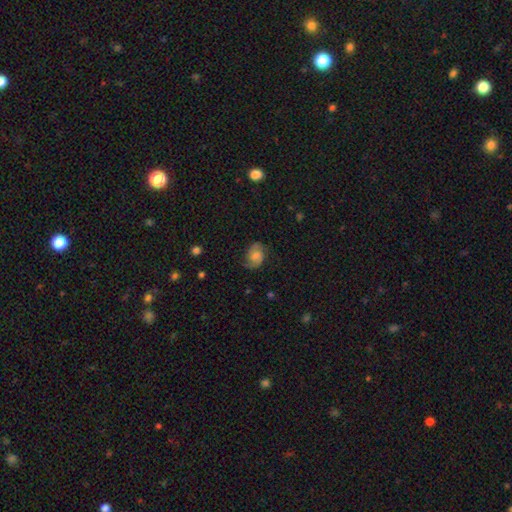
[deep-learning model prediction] This is likely a featured or disk galaxy (72%). It is clearly not viewed edge-on (98%). Bar: possibly no (55%). Spiral arm pattern: clearly yes (95%). Spiral arm count: clearly 2 (90%). Spiral winding: possibly medium (52%). Central bulge: marginally moderate (37%). Merging: likely none (77%).